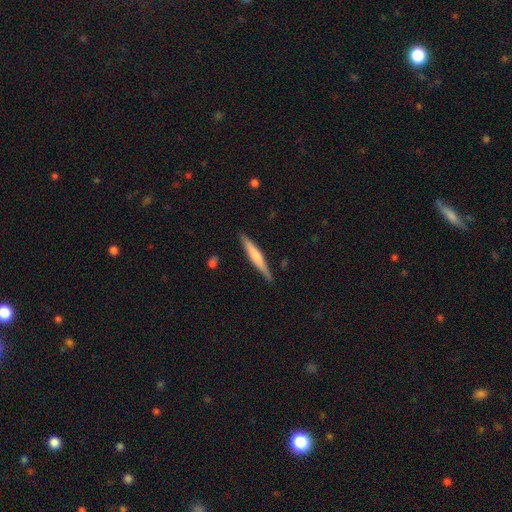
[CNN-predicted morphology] Smooth or featured? Predicted: featured or disk (p=0.48). Merging? Predicted: none (p=0.88).